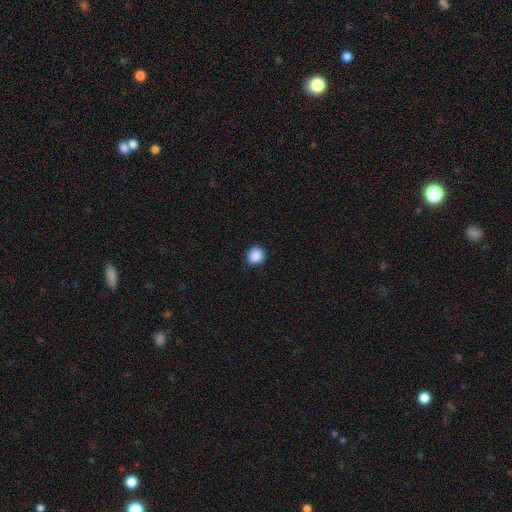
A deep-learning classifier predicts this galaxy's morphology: Smooth or featured? smooth (89%)
How rounded? round (92%)
Merging? none (91%)